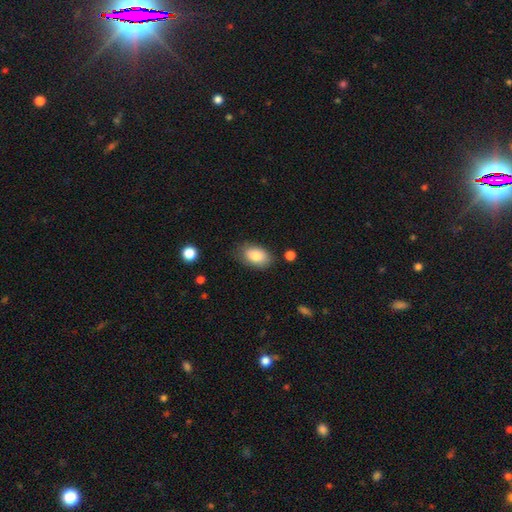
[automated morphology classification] Overall: smooth (84%). How rounded: in between (91%). Merging: none (74%).